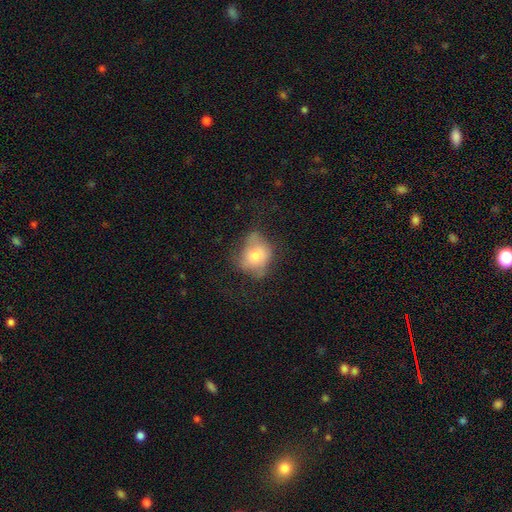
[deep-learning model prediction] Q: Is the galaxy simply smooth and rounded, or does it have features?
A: smooth — 66%.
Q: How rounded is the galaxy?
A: round — 55%.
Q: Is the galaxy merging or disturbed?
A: none — 44%.